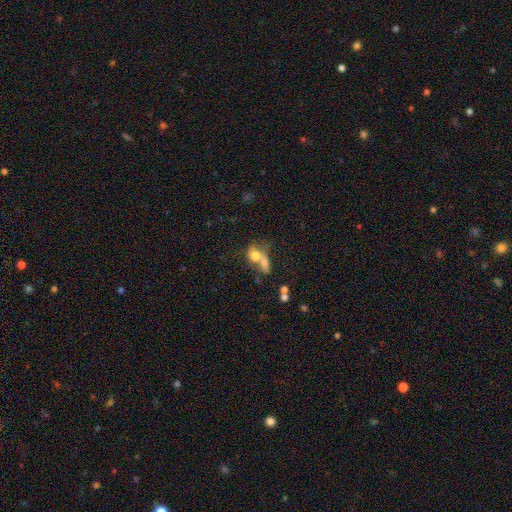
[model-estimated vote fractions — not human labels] smooth-or-featured: smooth: 69% | featured or disk: 21% | star or artifact: 11%
  how-rounded: in between: 52% | round: 44% | cigar-shaped: 3%
  merging: merger: 63% | none: 19% | major disturbance: 9% | minor disturbance: 9%